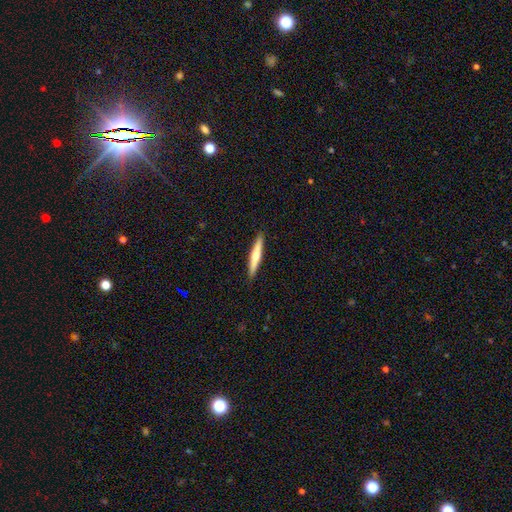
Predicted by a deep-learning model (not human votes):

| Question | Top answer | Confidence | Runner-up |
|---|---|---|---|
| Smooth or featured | featured or disk | 48% | smooth (47%) |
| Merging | none | 91% | minor disturbance (6%) |